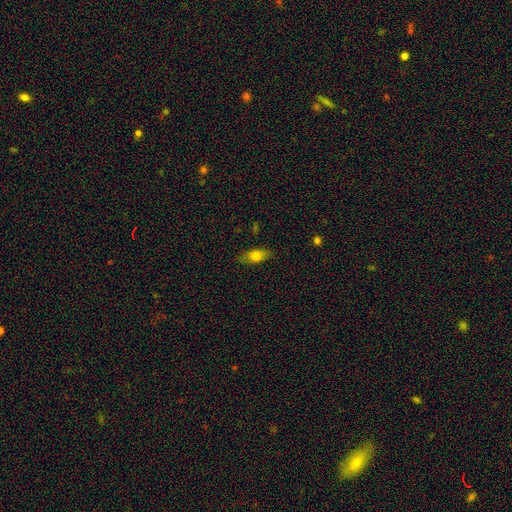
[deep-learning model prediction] Smooth or featured: smooth — 73% (featured or disk — 18%)
How rounded: in between — 80% (cigar-shaped — 15%)
Merging: none — 81% (minor disturbance — 14%)